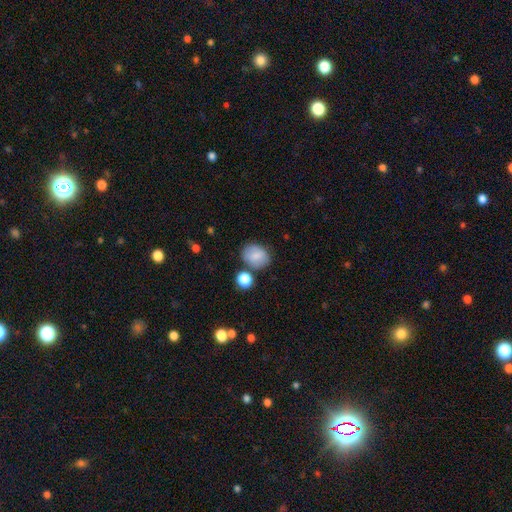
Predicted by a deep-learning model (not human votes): The model was most divided on "how rounded": in between: 60%, round: 39%, cigar-shaped: 1%. More confident: smooth or featured — smooth (81%); merging — none (70%).